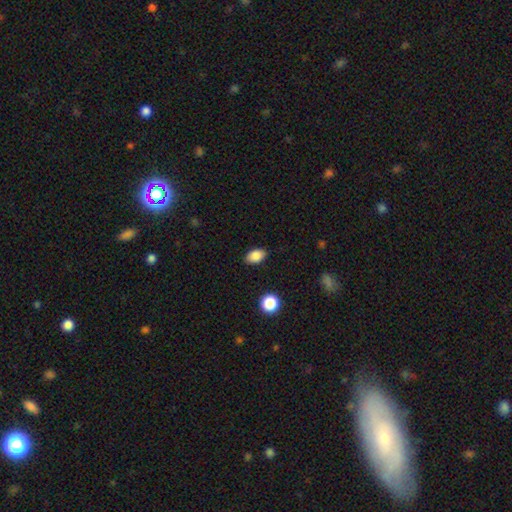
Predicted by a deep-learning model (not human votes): Morphology: type=smooth (86%); roundness=in between (87%); merging=none (87%).